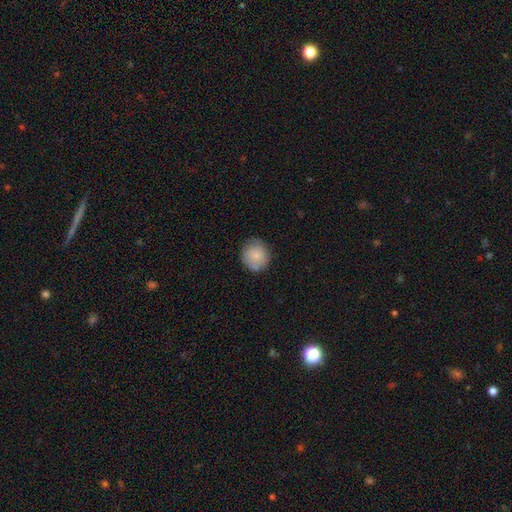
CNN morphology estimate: smooth-or-featured: smooth: 80% | featured or disk: 13% | star or artifact: 7%
  how-rounded: round: 84% | in between: 15% | cigar-shaped: 1%
  merging: none: 73% | minor disturbance: 18% | merger: 4% | major disturbance: 4%